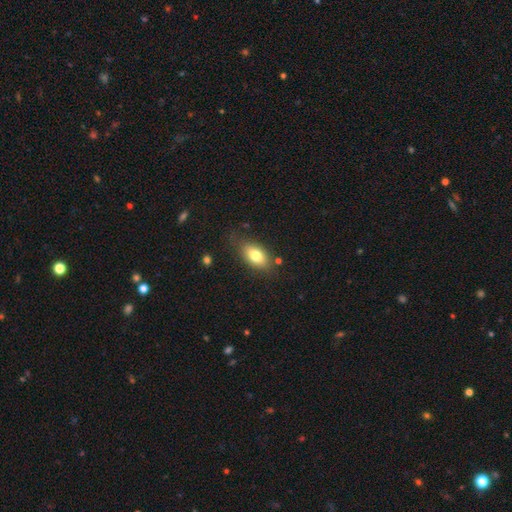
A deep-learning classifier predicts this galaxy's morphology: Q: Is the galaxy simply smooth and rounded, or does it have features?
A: smooth — 78%.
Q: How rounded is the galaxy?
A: in between — 89%.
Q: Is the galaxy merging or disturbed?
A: none — 76%.